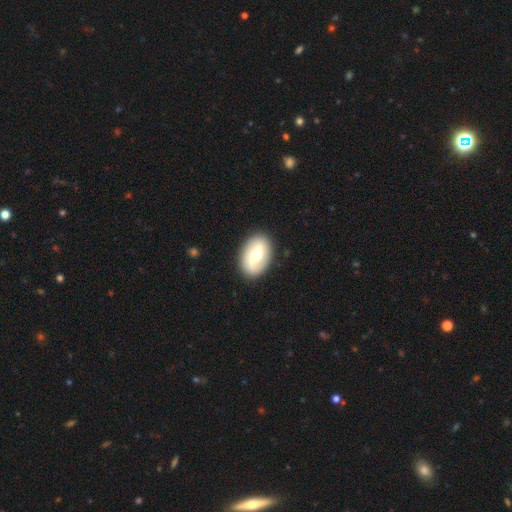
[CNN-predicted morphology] A featured or disk galaxy (60%) with a strong bar (58%), spiral arms (53%) and a moderate central bulge (63%).

Vote fractions:
- Smooth or featured? featured or disk: 60% / smooth: 34% / star or artifact: 5%
- Edge-on disk? no: 89% / yes: 11%
- Bar? strong: 58% / weak: 30% / no: 12%
- Spiral arms? yes: 53% / no: 47%
- Bulge size? moderate: 63% / small: 24% / large: 9% / dominant: 2% / none: 2%
- Merging? none: 88% / minor disturbance: 8% / major disturbance: 3% / merger: 1%